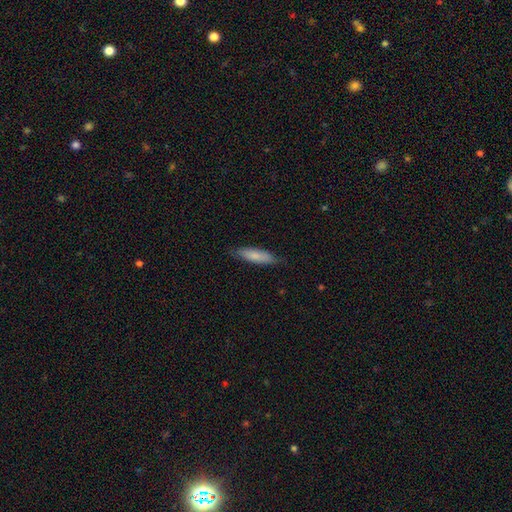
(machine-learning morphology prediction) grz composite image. It shows a smooth galaxy with no disk features (79%) that is cigar-shaped (61%). Merging: none (82%).